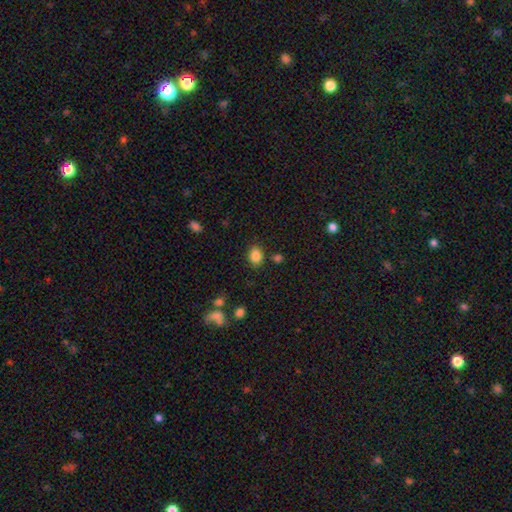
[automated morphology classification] Q: Smooth or featured?
A: smooth (85%); runner-up: star or artifact (10%)
Q: How rounded?
A: in between (53%); runner-up: round (46%)
Q: Merging?
A: none (82%); runner-up: minor disturbance (11%)